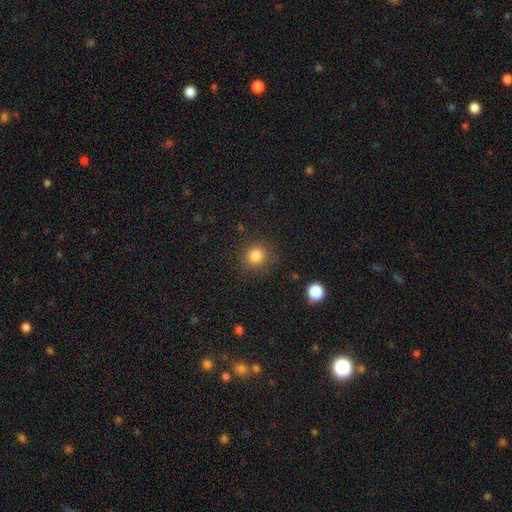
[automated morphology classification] type=smooth (83%); roundness=round (91%); merging=none (87%).